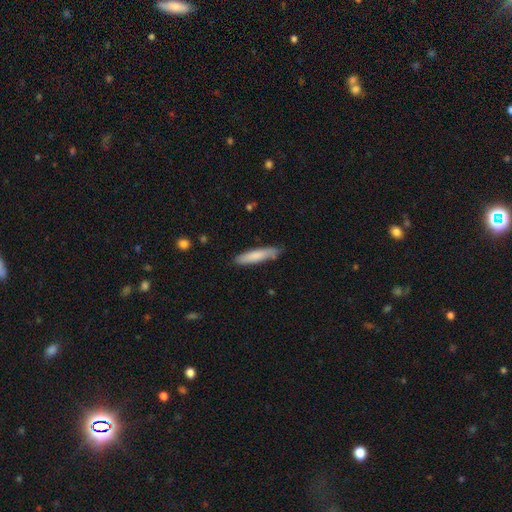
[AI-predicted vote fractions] smooth_or_featured: smooth (p=0.79) [alt: featured or disk p=0.15]
how_rounded: cigar-shaped (p=0.84) [alt: in between p=0.15]
merging: none (p=0.80) [alt: minor disturbance p=0.16]